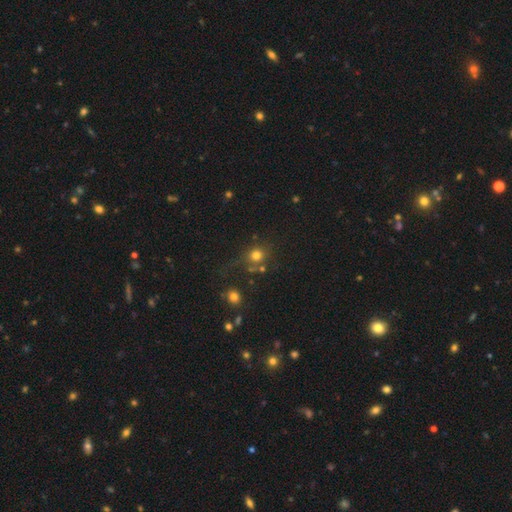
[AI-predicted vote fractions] Morphology: type=smooth (74%); roundness=round (85%); merging=none (64%).